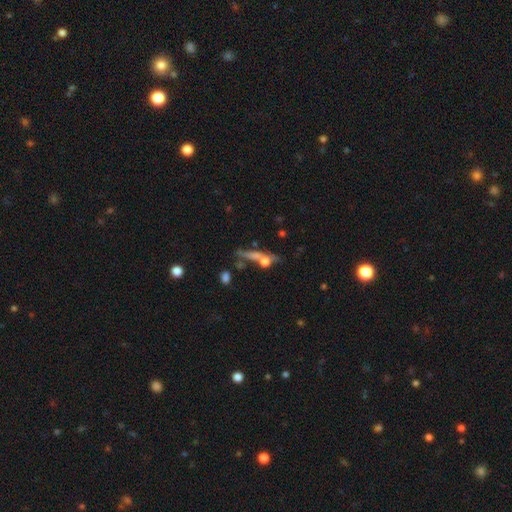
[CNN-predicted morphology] smooth-or-featured: featured or disk: 49% | smooth: 35% | star or artifact: 16%
  merging: none: 50% | merger: 22% | minor disturbance: 16% | major disturbance: 13%